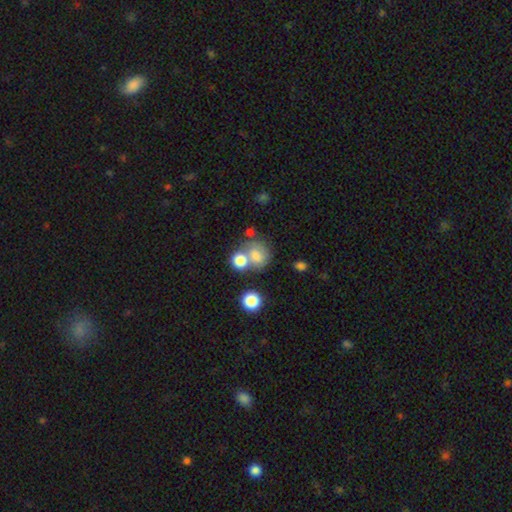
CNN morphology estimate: Smooth or featured: smooth — 75% (featured or disk — 14%)
How rounded: round — 72% (in between — 27%)
Merging: merger — 44% (none — 40%)